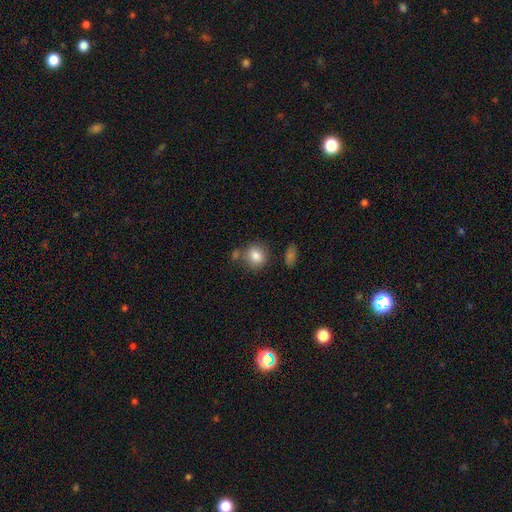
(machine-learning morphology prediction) A smooth galaxy with no disk features (83%) that is round (74%).

Vote fractions:
- Smooth or featured? smooth: 83% / star or artifact: 9% / featured or disk: 8%
- How rounded? round: 74% / in between: 25% / cigar-shaped: 1%
- Merging? none: 68% / minor disturbance: 15% / merger: 13% / major disturbance: 5%